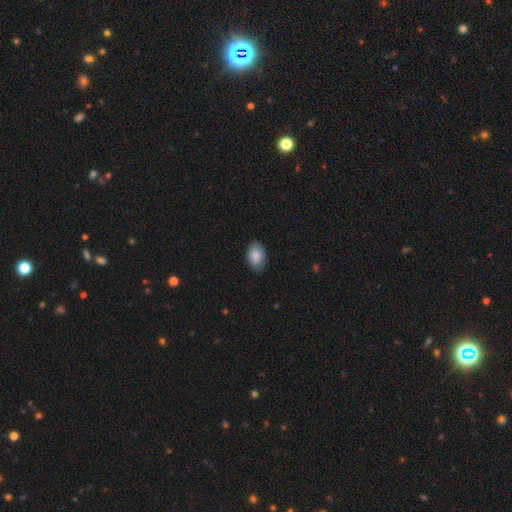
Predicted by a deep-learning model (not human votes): The model was most divided on "merging": none: 79%, minor disturbance: 17%, major disturbance: 3%, merger: 1%. More confident: how rounded — in between (89%); smooth or featured — smooth (86%).